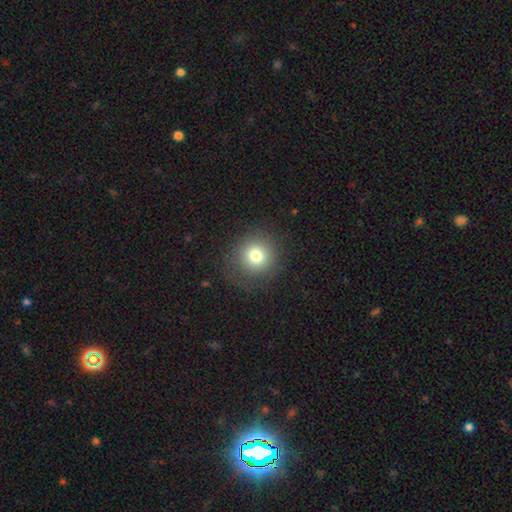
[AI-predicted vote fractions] smooth 77%, star or artifact 12%, featured or disk 10%. Down the decision tree: how rounded — round (92%); merging — none (82%).